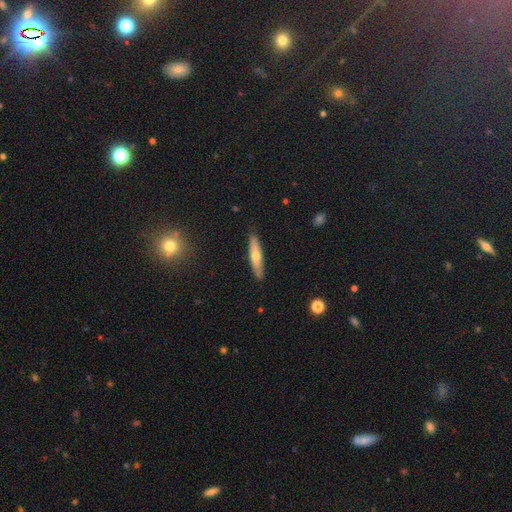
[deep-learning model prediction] Q: Smooth or featured?
A: smooth (51%); runner-up: featured or disk (43%)
Q: How rounded?
A: cigar-shaped (83%); runner-up: in between (16%)
Q: Merging?
A: none (88%); runner-up: minor disturbance (9%)